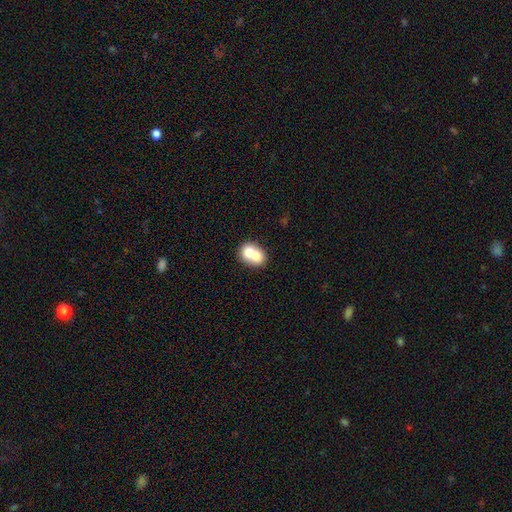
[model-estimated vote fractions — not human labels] Smooth or featured? Predicted: smooth (p=0.68). How rounded? Predicted: round (p=0.56). Merging? Predicted: merger (p=0.69).